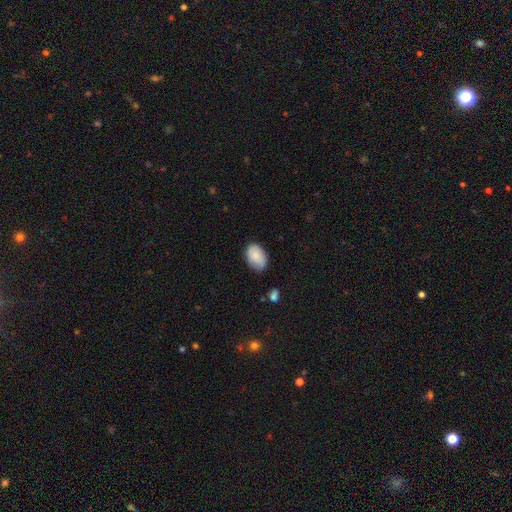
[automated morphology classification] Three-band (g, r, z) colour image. It shows a smooth galaxy with no disk features (83%) that is in between round and cigar-shaped (90%). Merging: none (74%).